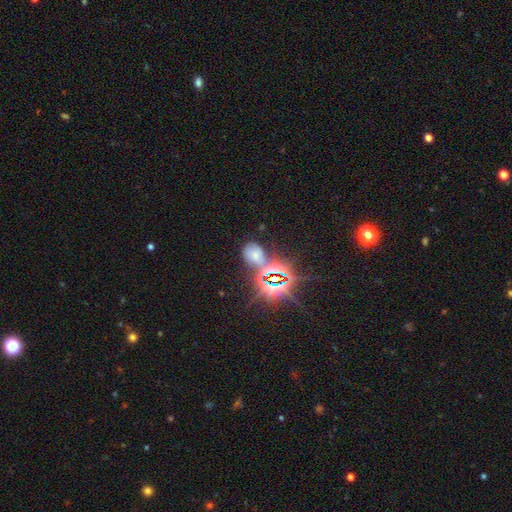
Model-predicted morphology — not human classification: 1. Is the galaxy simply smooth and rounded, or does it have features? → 52% star or artifact, 33% smooth, 15% featured or disk.